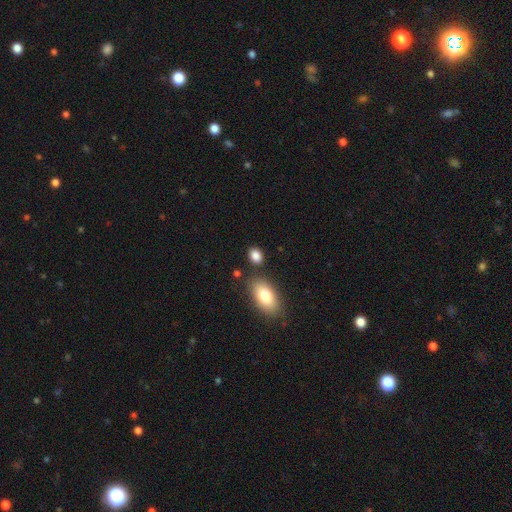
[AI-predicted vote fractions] Q: Smooth or featured?
A: smooth (86%); runner-up: star or artifact (9%)
Q: How rounded?
A: in between (69%); runner-up: round (28%)
Q: Merging?
A: none (77%); runner-up: minor disturbance (12%)